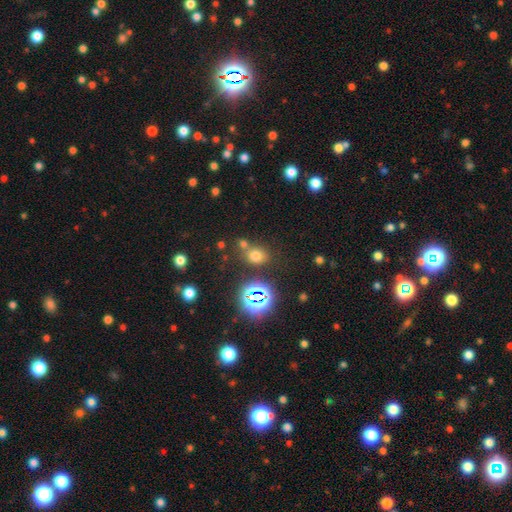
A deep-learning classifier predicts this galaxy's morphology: Smooth or featured?
  - smooth: 64% *
  - star or artifact: 27%
  - featured or disk: 8%
How rounded?
  - round: 57% *
  - in between: 42%
  - cigar-shaped: 1%
Merging?
  - none: 69% *
  - merger: 14%
  - minor disturbance: 12%
  - major disturbance: 5%